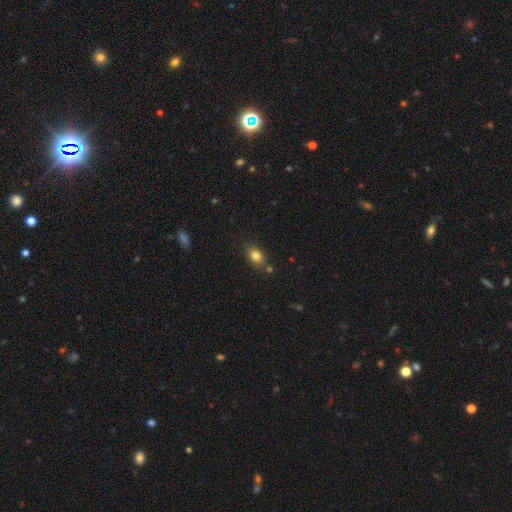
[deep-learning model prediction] The model was most divided on "how rounded": in between: 74%, round: 25%, cigar-shaped: 2%. More confident: smooth or featured — smooth (82%); merging — none (76%).